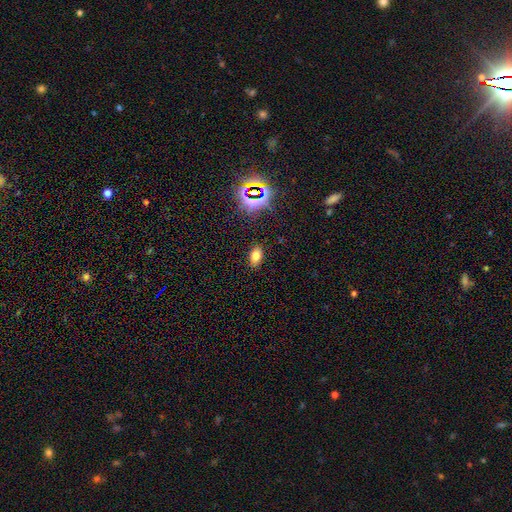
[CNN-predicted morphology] Smooth or featured? smooth (73%)
How rounded? in between (86%)
Merging? none (86%)